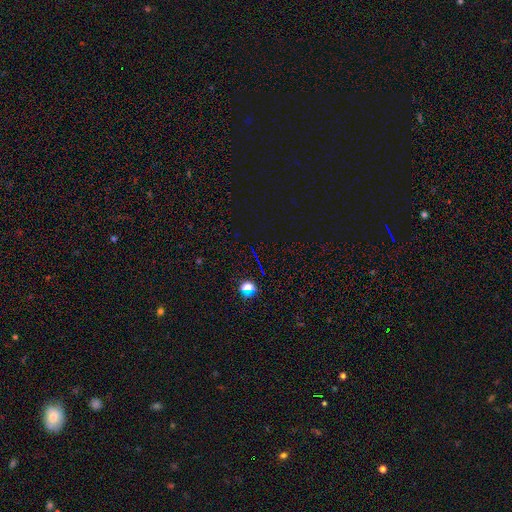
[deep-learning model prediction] smooth-or-featured: star or artifact: 78% | smooth: 14% | featured or disk: 8%